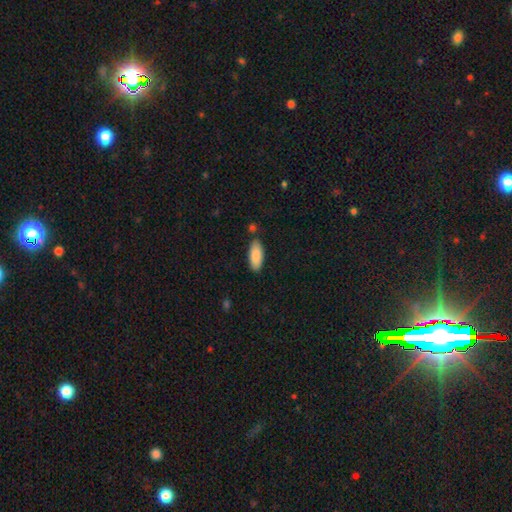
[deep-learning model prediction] Smooth or featured? smooth (88%)
How rounded? in between (84%)
Merging? none (83%)